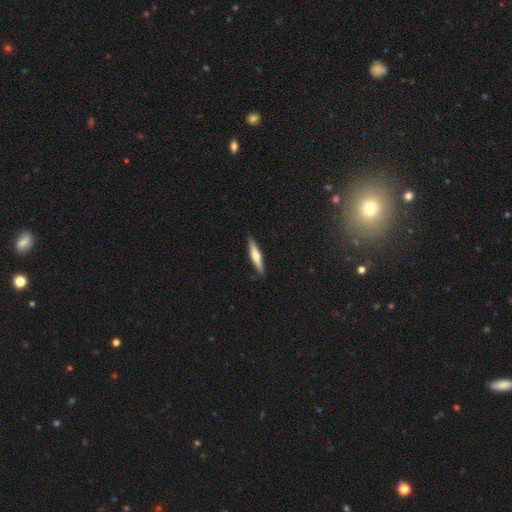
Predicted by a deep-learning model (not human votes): smooth_or_featured: smooth (p=0.54) [alt: featured or disk p=0.40]
how_rounded: cigar-shaped (p=0.87) [alt: in between p=0.12]
merging: none (p=0.88) [alt: minor disturbance p=0.09]